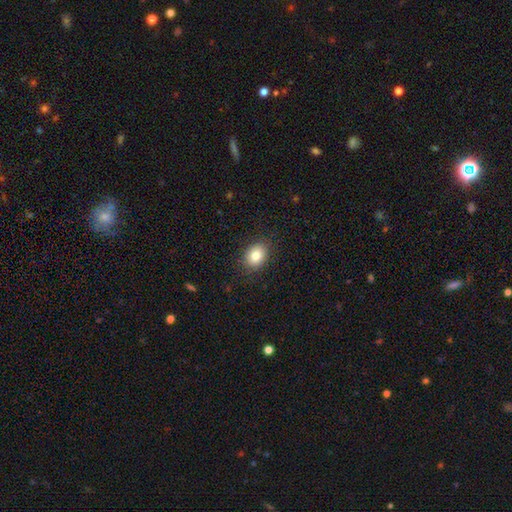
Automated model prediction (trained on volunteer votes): This is clearly a smooth galaxy (81%). How rounded: possibly in between (56%). Merging: clearly none (87%).